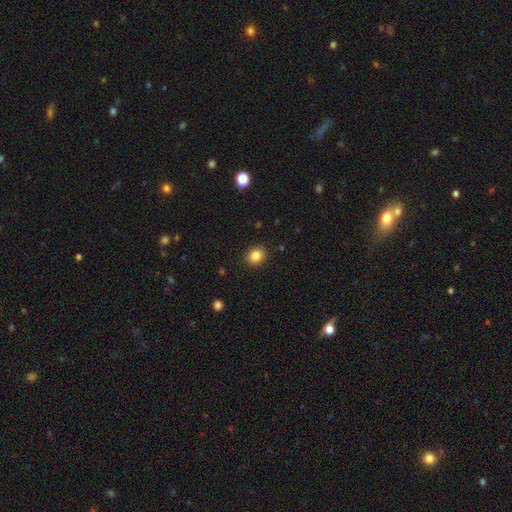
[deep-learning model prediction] This is clearly a smooth galaxy (84%). How rounded: likely round (70%). Merging: clearly none (90%).